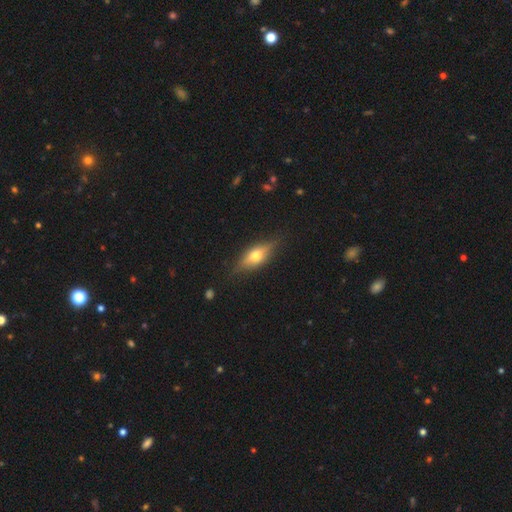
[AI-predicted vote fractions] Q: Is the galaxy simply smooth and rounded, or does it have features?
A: featured or disk — 47%.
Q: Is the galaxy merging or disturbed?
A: none — 82%.